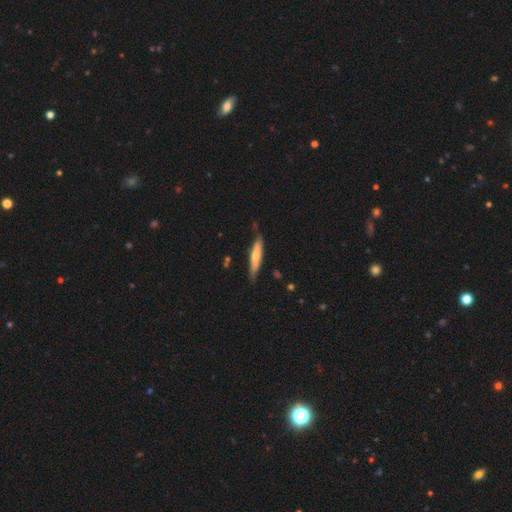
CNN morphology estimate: Q: Smooth or featured?
A: smooth (59%); runner-up: featured or disk (36%)
Q: How rounded?
A: cigar-shaped (86%); runner-up: in between (13%)
Q: Merging?
A: none (71%); runner-up: minor disturbance (23%)